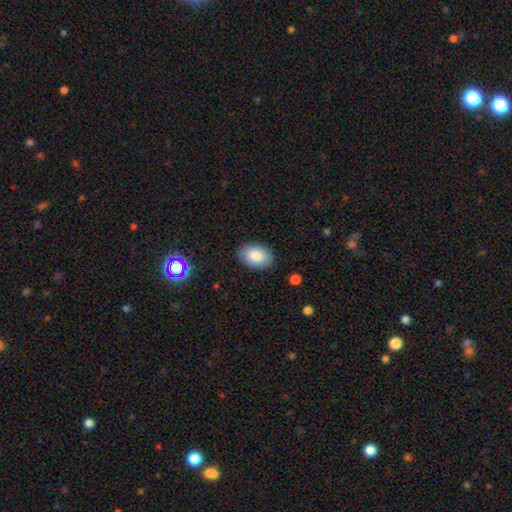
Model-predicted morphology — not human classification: A smooth galaxy with no disk features (83%) that is in between round and cigar-shaped (89%). Merging: none (86%).